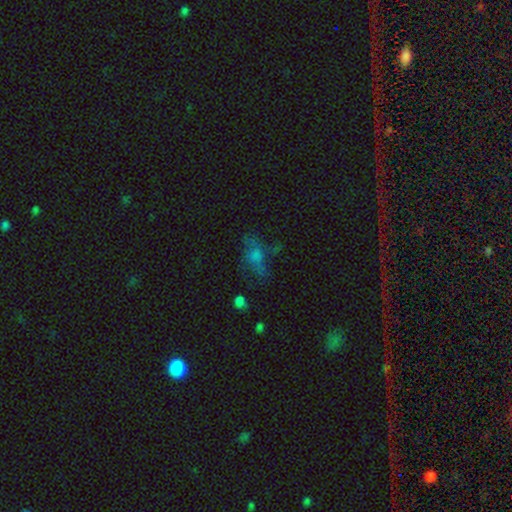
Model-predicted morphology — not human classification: smooth-or-featured: smooth: 44% | featured or disk: 32% | star or artifact: 23%
  merging: none: 53% | minor disturbance: 22% | major disturbance: 20% | merger: 5%